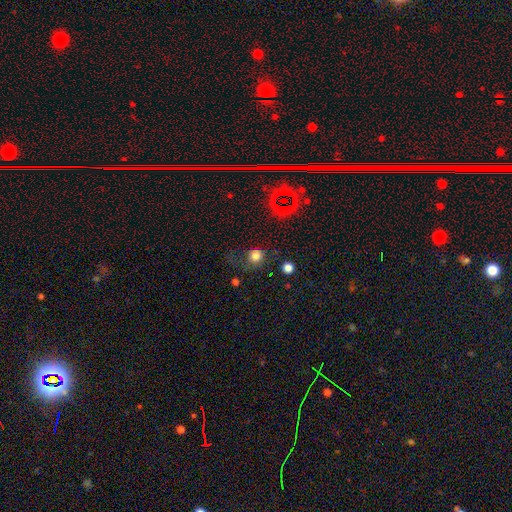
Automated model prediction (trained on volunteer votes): The model was most divided on "merging": none: 62%, minor disturbance: 20%, major disturbance: 15%, merger: 3%. More confident: how rounded — round (86%); smooth or featured — smooth (77%).